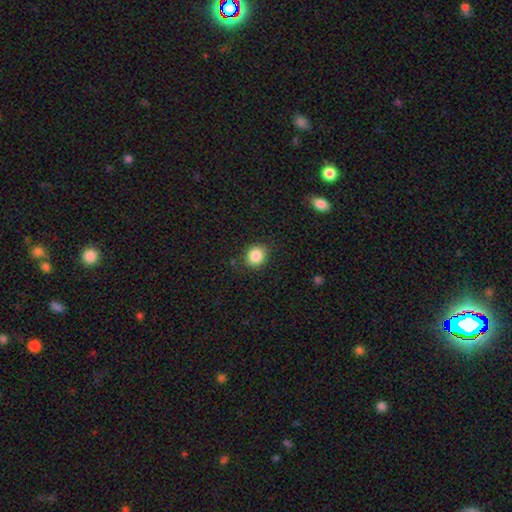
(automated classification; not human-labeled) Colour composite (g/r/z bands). It shows a smooth galaxy with no disk features (86%) that is round (77%). Merging: none (85%).